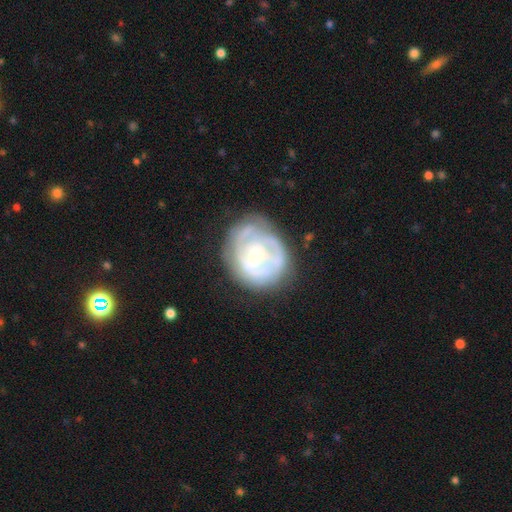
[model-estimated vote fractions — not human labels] smooth_or_featured: featured or disk (p=0.72) [alt: smooth p=0.22]
disk_edge_on: no (p=0.97) [alt: yes p=0.03]
bar: no (p=0.74) [alt: weak p=0.21]
has_spiral_arms: yes (p=0.63) [alt: no p=0.37]
bulge_size: small (p=0.51) [alt: moderate p=0.45]
merging: none (p=0.60) [alt: minor disturbance p=0.25]